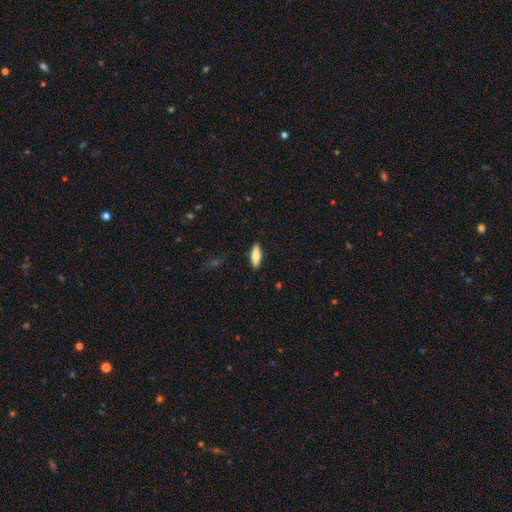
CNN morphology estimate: Overall: smooth (70%). How rounded: in between (50%; cigar-shaped 48%). Merging: none (89%).